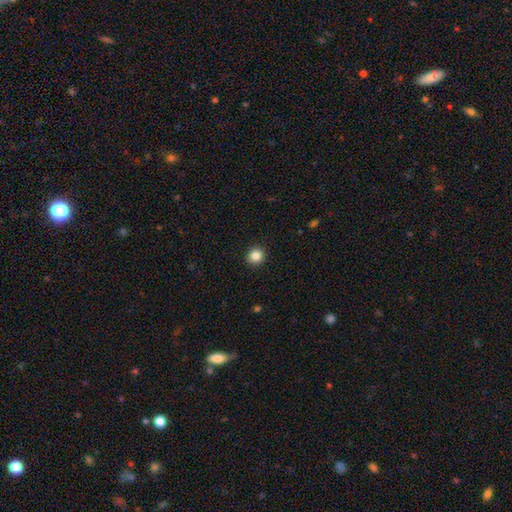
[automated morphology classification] The model was most divided on "smooth or featured": smooth: 85%, star or artifact: 11%, featured or disk: 5%. More confident: merging — none (92%); how rounded — round (91%).